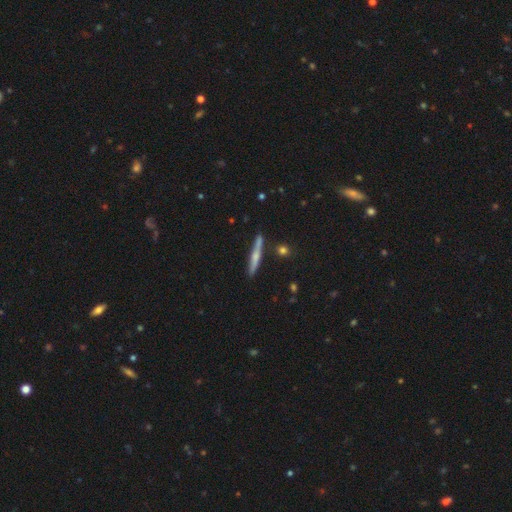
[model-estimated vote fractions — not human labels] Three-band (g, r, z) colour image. It shows a featured or disk galaxy (52%) viewed edge-on (96%) with a rounded central bulge (67%). Merging: none (86%).